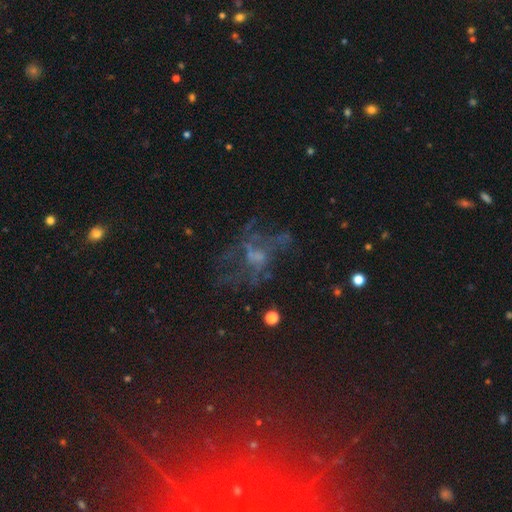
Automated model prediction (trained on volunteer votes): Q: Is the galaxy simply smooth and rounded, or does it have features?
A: featured or disk — 56%.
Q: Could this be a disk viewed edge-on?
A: no — 96%.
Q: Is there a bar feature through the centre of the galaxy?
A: no — 80%.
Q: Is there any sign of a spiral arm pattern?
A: no — 69%.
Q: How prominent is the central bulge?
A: none — 42%.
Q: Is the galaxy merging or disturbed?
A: none — 44%.